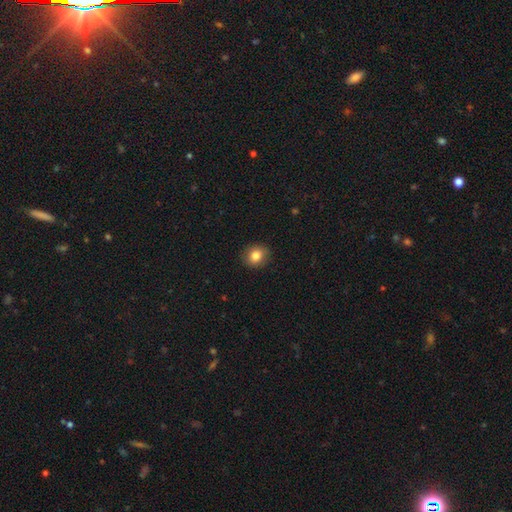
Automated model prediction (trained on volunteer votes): smooth_or_featured: smooth (p=0.83) [alt: star or artifact p=0.10]
how_rounded: round (p=0.70) [alt: in between p=0.29]
merging: none (p=0.88) [alt: minor disturbance p=0.09]